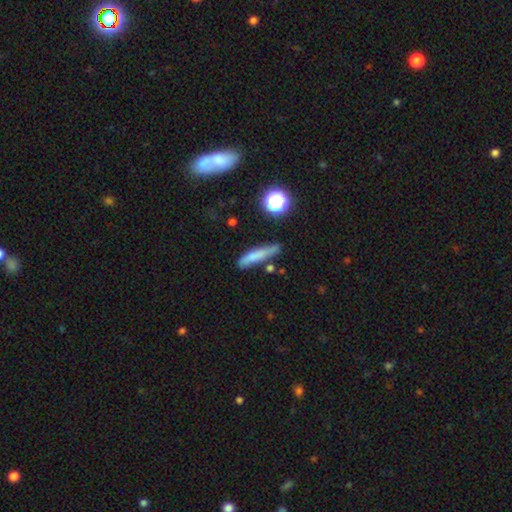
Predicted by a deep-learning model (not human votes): Overall: smooth (68%). How rounded: cigar-shaped (84%). Merging: none (70%).